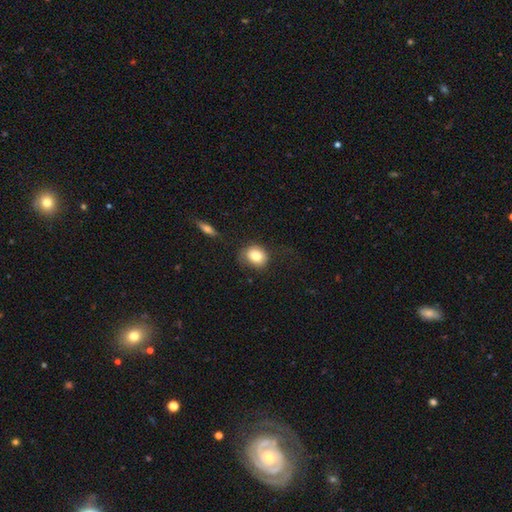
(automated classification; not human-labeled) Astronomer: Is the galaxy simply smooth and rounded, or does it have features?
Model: smooth — 81%.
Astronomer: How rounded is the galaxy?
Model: round — 57% (runner-up: in between, 42%).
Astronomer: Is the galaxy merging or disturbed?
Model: none — 65%.